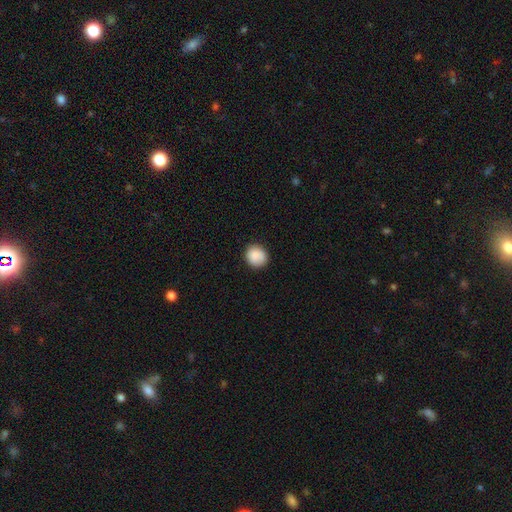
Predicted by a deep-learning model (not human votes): smooth 87%, star or artifact 8%, featured or disk 5%. Down the decision tree: how rounded — round (83%); merging — none (85%).